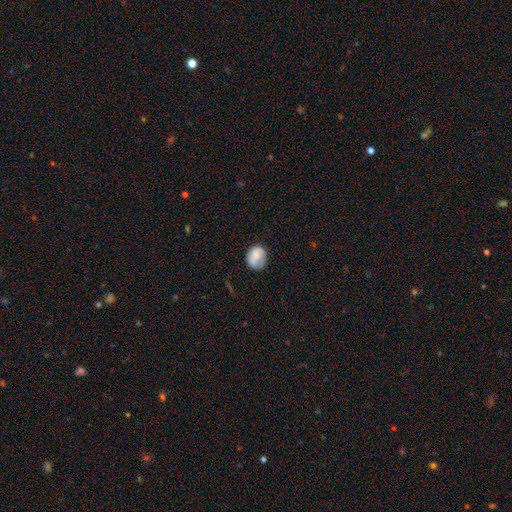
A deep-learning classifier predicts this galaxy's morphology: Smooth or featured?
  - smooth: 74% *
  - featured or disk: 18%
  - star or artifact: 8%
How rounded?
  - round: 66% *
  - in between: 33%
  - cigar-shaped: 1%
Merging?
  - none: 67% *
  - minor disturbance: 24%
  - major disturbance: 7%
  - merger: 2%